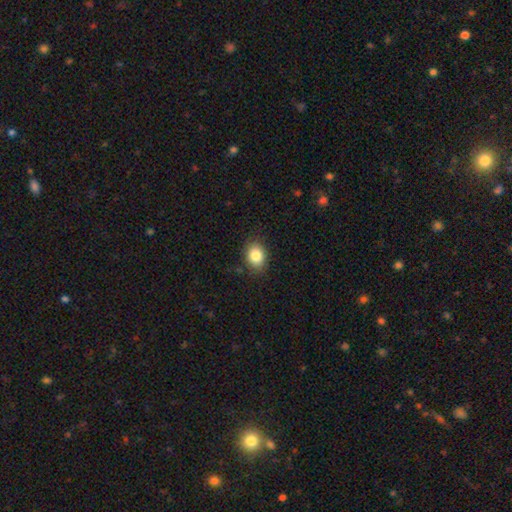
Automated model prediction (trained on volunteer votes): smooth-or-featured: smooth: 84% | star or artifact: 9% | featured or disk: 7%
  how-rounded: in between: 59% | round: 40% | cigar-shaped: 1%
  merging: none: 84% | minor disturbance: 12% | major disturbance: 3% | merger: 1%